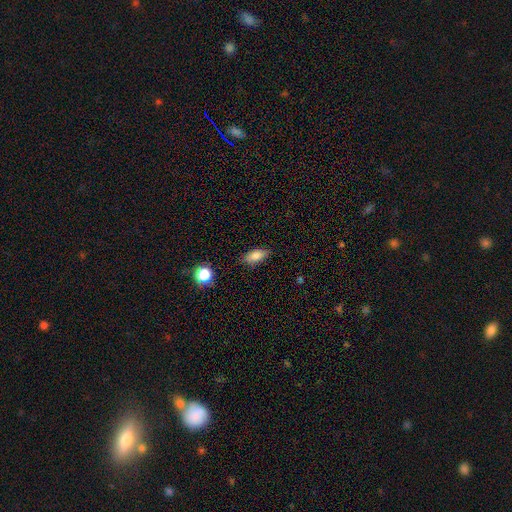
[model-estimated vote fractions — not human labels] Smooth or featured? smooth (82%)
How rounded? in between (82%)
Merging? none (83%)